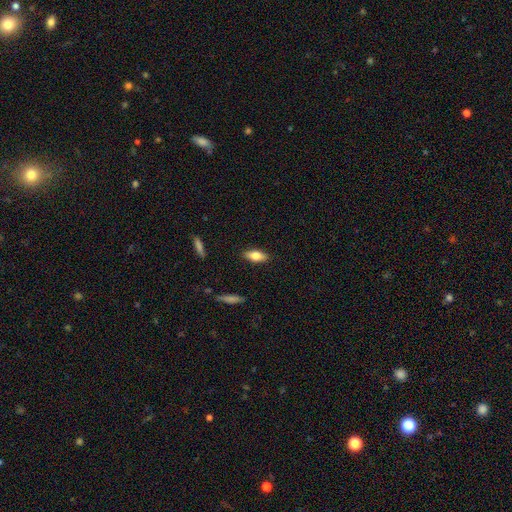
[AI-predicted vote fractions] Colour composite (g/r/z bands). It shows a smooth galaxy with no disk features (77%) that is in between round and cigar-shaped (81%). Merging: none (88%).